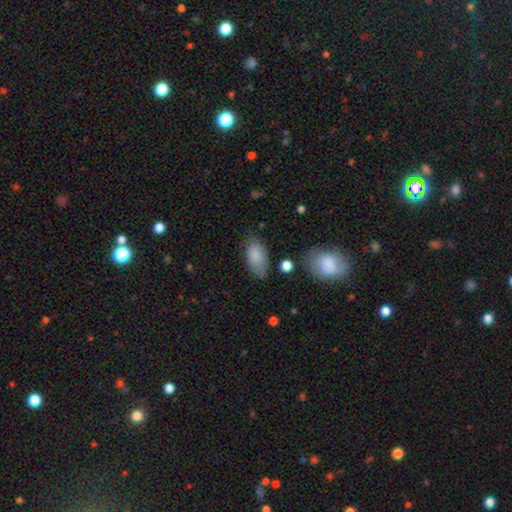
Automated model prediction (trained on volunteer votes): smooth-or-featured: smooth: 84% | featured or disk: 9% | star or artifact: 7%
  how-rounded: in between: 93% | round: 4% | cigar-shaped: 4%
  merging: none: 71% | minor disturbance: 20% | major disturbance: 6% | merger: 3%